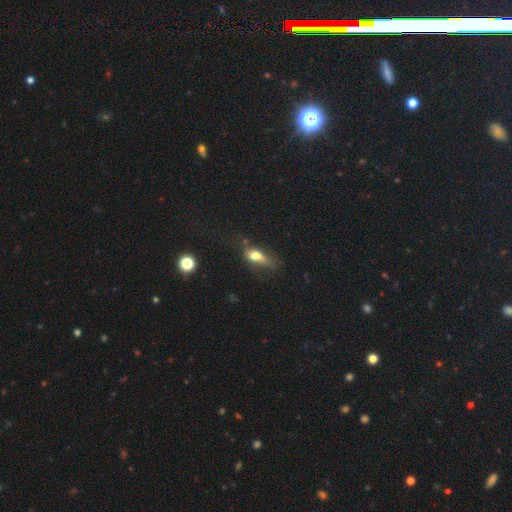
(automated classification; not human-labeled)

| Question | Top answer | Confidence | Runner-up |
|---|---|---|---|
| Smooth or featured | smooth | 65% | featured or disk (24%) |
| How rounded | in between | 66% | cigar-shaped (25%) |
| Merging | none | 36% | minor disturbance (31%) |